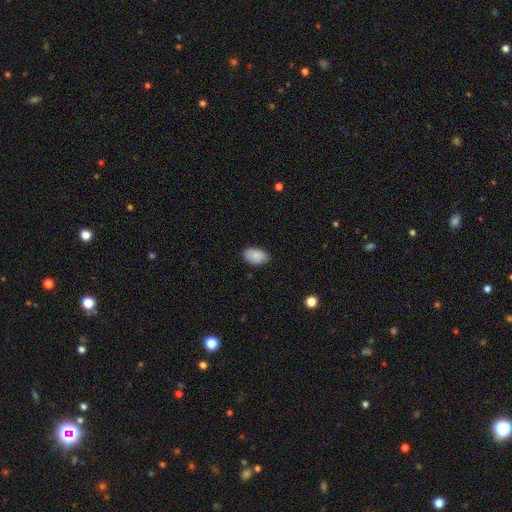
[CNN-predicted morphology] Q: Smooth or featured?
A: smooth (88%); runner-up: star or artifact (7%)
Q: How rounded?
A: in between (93%); runner-up: round (6%)
Q: Merging?
A: none (86%); runner-up: minor disturbance (11%)